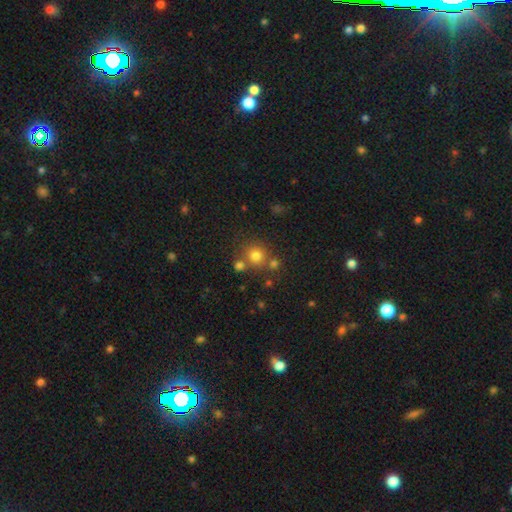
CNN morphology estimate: smooth 76%, star or artifact 15%, featured or disk 8%. Down the decision tree: how rounded — round (89%); merging — none (67%).